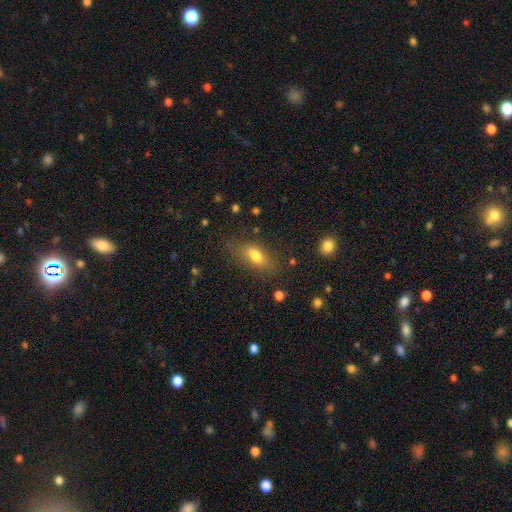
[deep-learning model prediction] Morphology: type=smooth (73%); roundness=in between (78%); merging=none (70%).